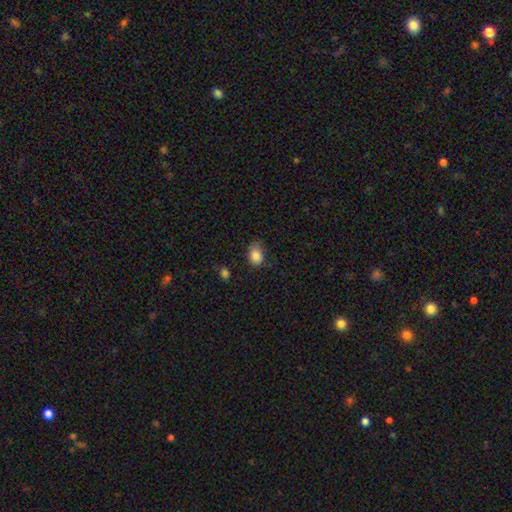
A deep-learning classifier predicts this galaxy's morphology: Smooth or featured?
  - smooth: 85% *
  - star or artifact: 9%
  - featured or disk: 6%
How rounded?
  - in between: 72% *
  - round: 27%
  - cigar-shaped: 1%
Merging?
  - none: 60% *
  - minor disturbance: 31%
  - major disturbance: 7%
  - merger: 2%